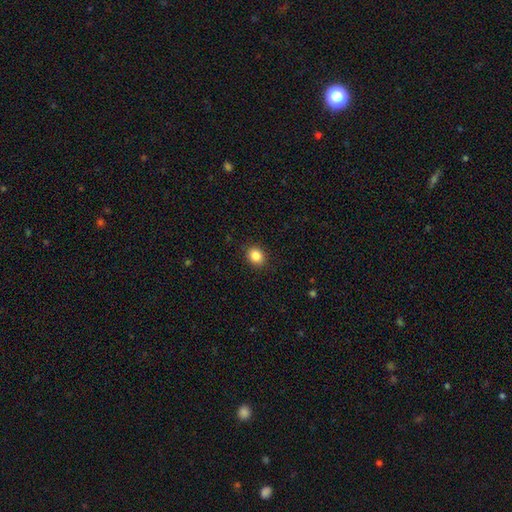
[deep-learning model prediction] smooth-or-featured: smooth: 86% | star or artifact: 10% | featured or disk: 4%
  how-rounded: round: 58% | in between: 41% | cigar-shaped: 1%
  merging: none: 90% | minor disturbance: 7% | major disturbance: 2% | merger: 1%